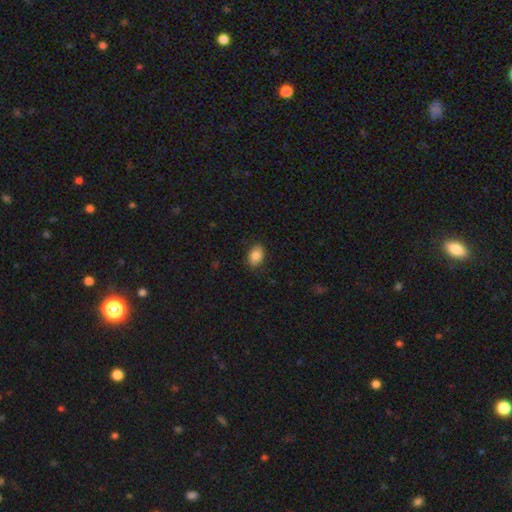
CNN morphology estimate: Smooth or featured?
  - smooth: 85% *
  - star or artifact: 8%
  - featured or disk: 7%
How rounded?
  - in between: 80% *
  - round: 19%
  - cigar-shaped: 1%
Merging?
  - none: 84% *
  - minor disturbance: 13%
  - major disturbance: 3%
  - merger: 1%